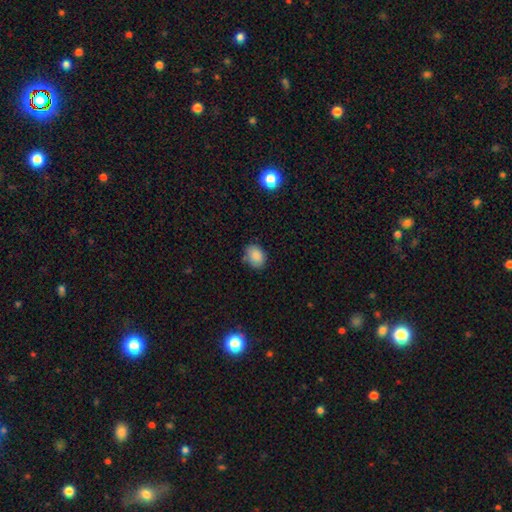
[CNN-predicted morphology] This is clearly a smooth galaxy (86%). How rounded: likely in between (69%). Merging: likely none (76%).